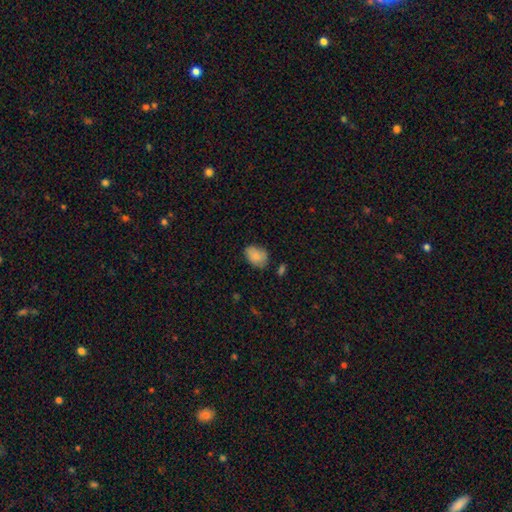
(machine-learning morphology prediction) Smooth or featured?
  - smooth: 85% *
  - star or artifact: 8%
  - featured or disk: 7%
How rounded?
  - in between: 78% *
  - round: 21%
  - cigar-shaped: 1%
Merging?
  - none: 68% *
  - minor disturbance: 24%
  - major disturbance: 5%
  - merger: 3%